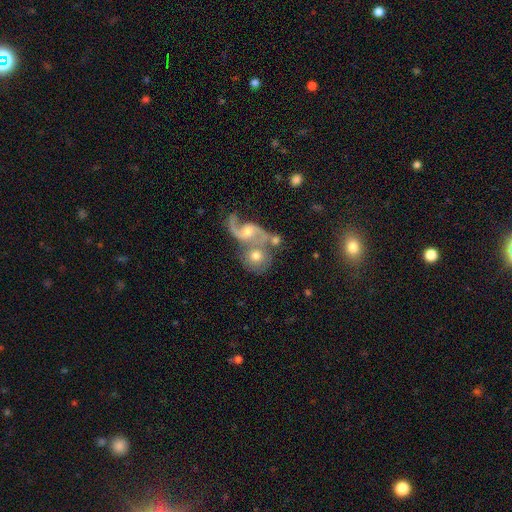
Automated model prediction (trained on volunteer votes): This is possibly a featured or disk galaxy (53%). It is clearly not viewed edge-on (95%). Bar: possibly no (59%). Spiral arm pattern: clearly yes (82%). Central bulge: possibly moderate (58%). Merging: possibly merger (52%).